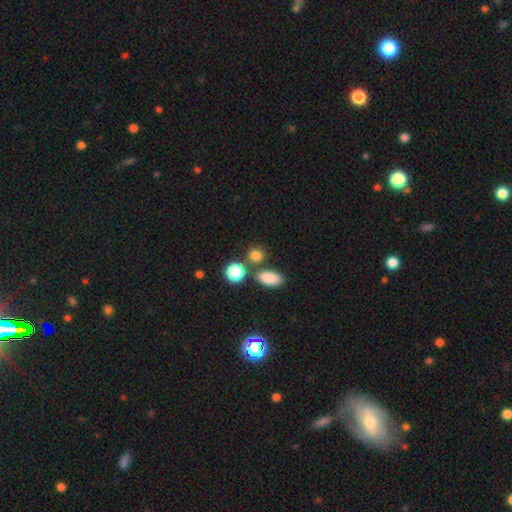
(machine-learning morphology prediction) smooth_or_featured: smooth (p=0.81) [alt: star or artifact p=0.14]
how_rounded: round (p=0.68) [alt: in between p=0.29]
merging: none (p=0.71) [alt: merger p=0.16]